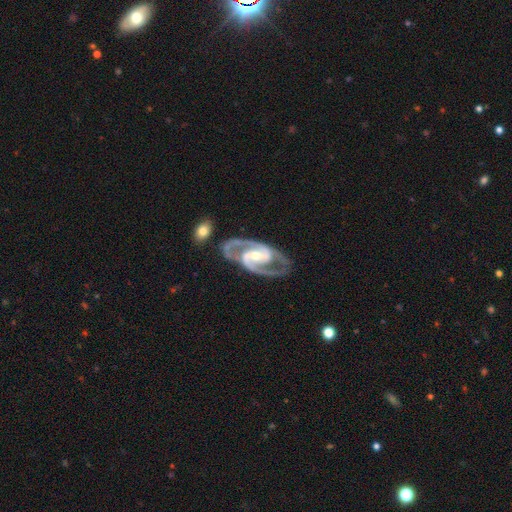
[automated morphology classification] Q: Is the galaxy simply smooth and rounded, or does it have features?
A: featured or disk — 93%.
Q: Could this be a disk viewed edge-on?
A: no — 97%.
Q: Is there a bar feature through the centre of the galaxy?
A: strong — 42%.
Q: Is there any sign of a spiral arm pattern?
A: yes — 98%.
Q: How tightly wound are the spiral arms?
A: medium — 61%.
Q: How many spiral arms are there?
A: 2 — 92%.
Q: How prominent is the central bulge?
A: moderate — 53%.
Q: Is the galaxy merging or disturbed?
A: none — 76%.